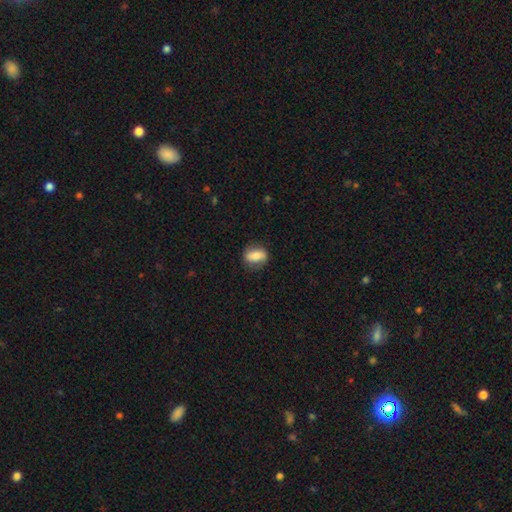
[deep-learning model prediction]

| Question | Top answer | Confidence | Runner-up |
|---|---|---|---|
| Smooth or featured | smooth | 71% | featured or disk (22%) |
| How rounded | in between | 74% | round (20%) |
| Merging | none | 81% | minor disturbance (14%) |